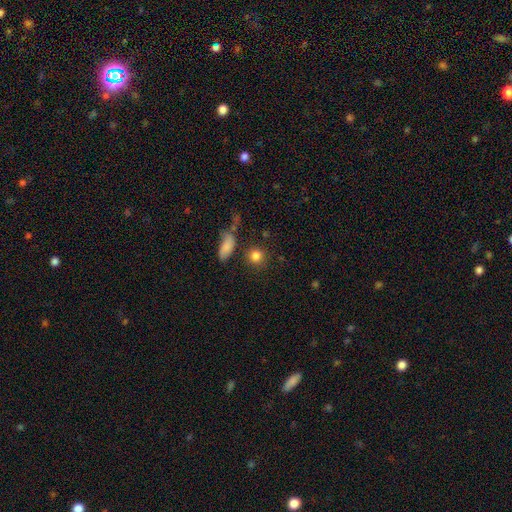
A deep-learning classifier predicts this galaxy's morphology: Smooth or featured: smooth — 83% (star or artifact — 11%)
How rounded: round — 85% (in between — 13%)
Merging: none — 80% (minor disturbance — 9%)